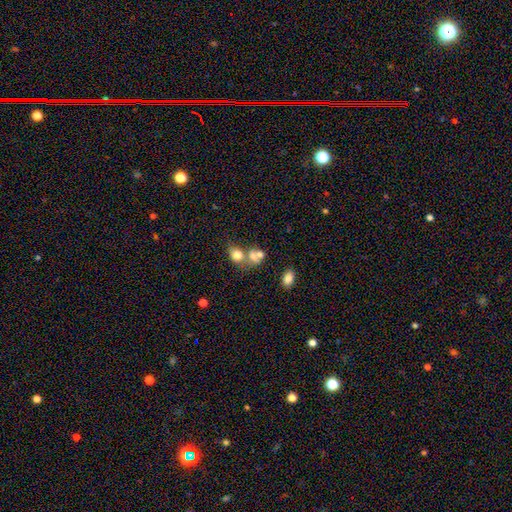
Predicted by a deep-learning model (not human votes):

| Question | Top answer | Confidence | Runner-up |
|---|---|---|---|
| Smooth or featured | smooth | 71% | featured or disk (15%) |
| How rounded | round | 52% | in between (46%) |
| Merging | merger | 55% | none (30%) |